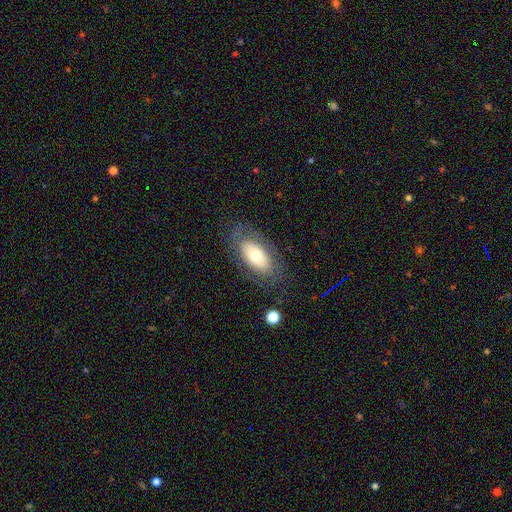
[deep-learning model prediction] This appears to be a smooth galaxy with no disk features (56%) that is in between round and cigar-shaped (91%). Merging: none (74%).